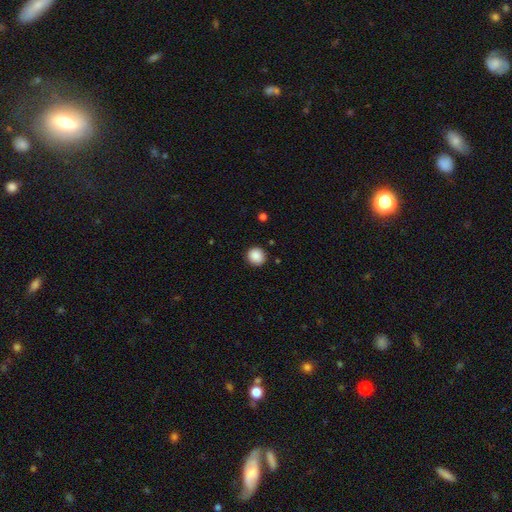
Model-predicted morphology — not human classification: The model was most divided on "smooth or featured": smooth: 89%, star or artifact: 9%, featured or disk: 3%. More confident: how rounded — round (91%); merging — none (90%).